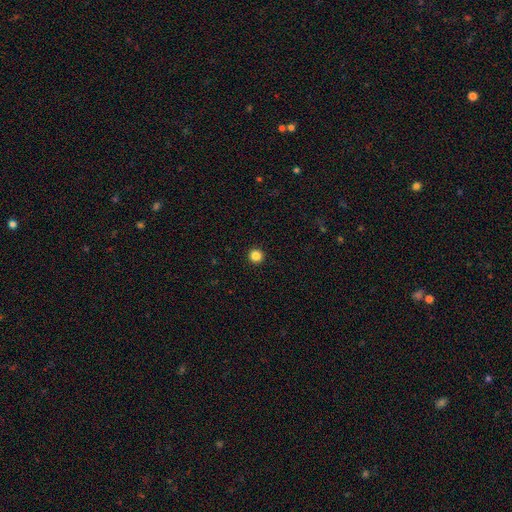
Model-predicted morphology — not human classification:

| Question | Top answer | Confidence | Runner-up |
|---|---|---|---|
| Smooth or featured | smooth | 85% | star or artifact (12%) |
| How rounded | round | 96% | in between (3%) |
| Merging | none | 94% | minor disturbance (4%) |